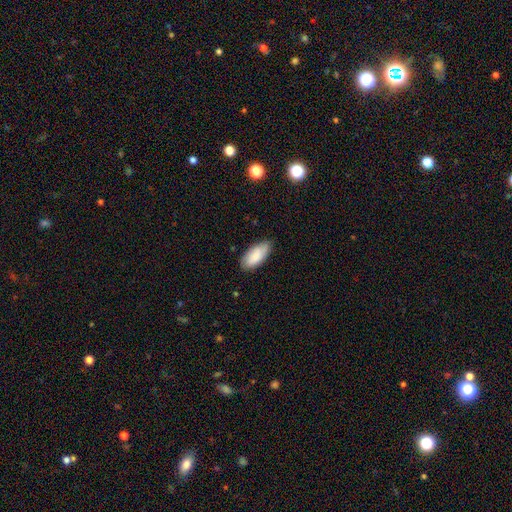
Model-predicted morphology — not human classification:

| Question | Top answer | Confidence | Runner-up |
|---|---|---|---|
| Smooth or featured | smooth | 84% | featured or disk (10%) |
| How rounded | in between | 90% | cigar-shaped (9%) |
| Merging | none | 76% | minor disturbance (20%) |